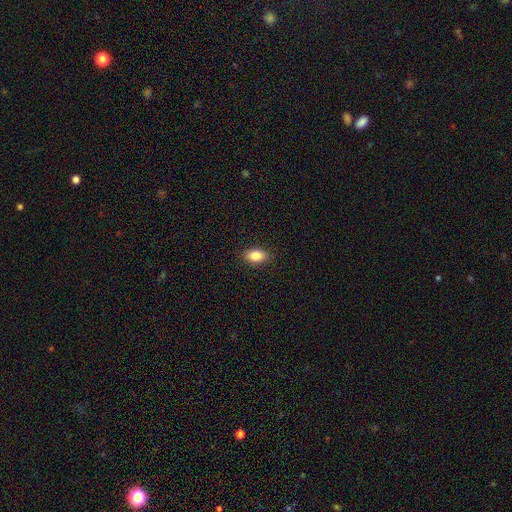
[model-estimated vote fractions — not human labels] smooth_or_featured: smooth (p=0.84) [alt: star or artifact p=0.08]
how_rounded: in between (p=0.88) [alt: round p=0.09]
merging: none (p=0.89) [alt: minor disturbance p=0.08]